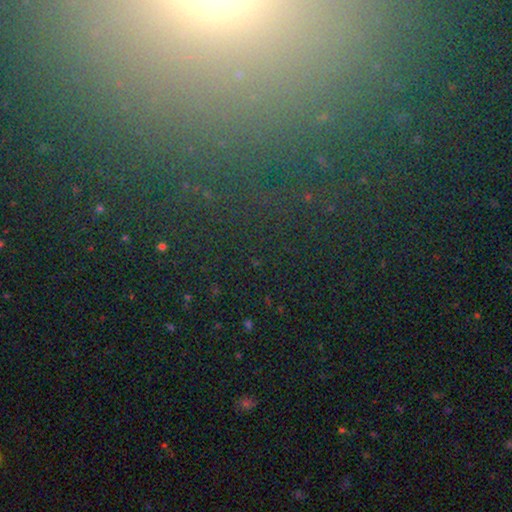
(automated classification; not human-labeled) star or artifact 71%, smooth 16%, featured or disk 13%.